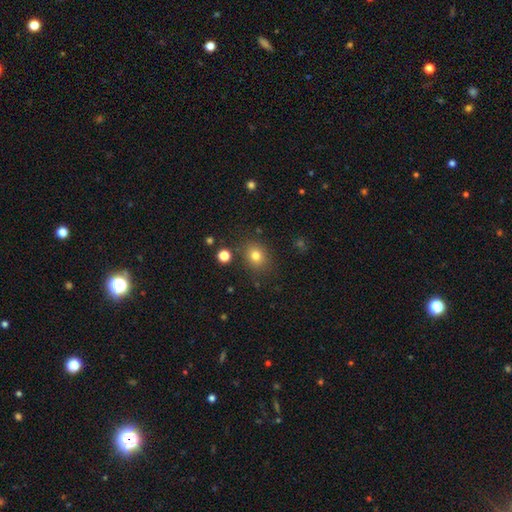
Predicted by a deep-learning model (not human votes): Smooth or featured: smooth — 79% (star or artifact — 13%)
How rounded: round — 66% (in between — 33%)
Merging: none — 82% (minor disturbance — 11%)